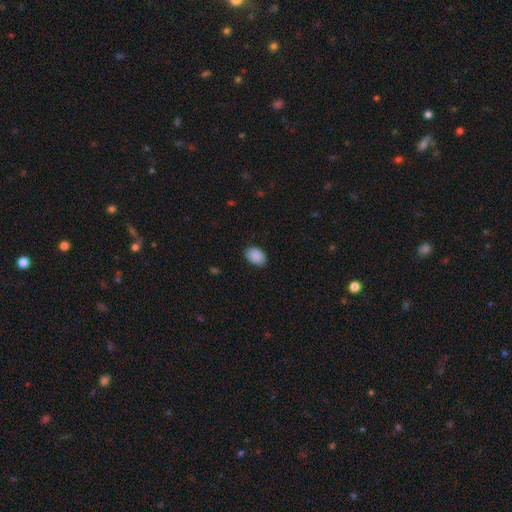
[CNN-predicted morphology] A smooth galaxy with no disk features (90%) that is in between round and cigar-shaped (79%). Merging: none (85%).